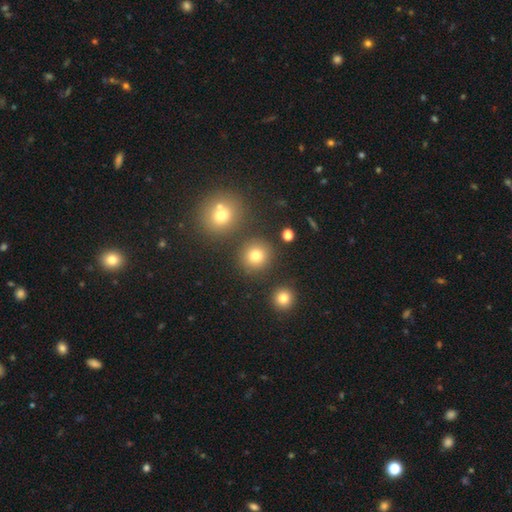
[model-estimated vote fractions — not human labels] Smooth or featured?
  - smooth: 78% *
  - star or artifact: 15%
  - featured or disk: 7%
How rounded?
  - round: 92% *
  - in between: 7%
  - cigar-shaped: 1%
Merging?
  - none: 85% *
  - minor disturbance: 7%
  - merger: 6%
  - major disturbance: 3%